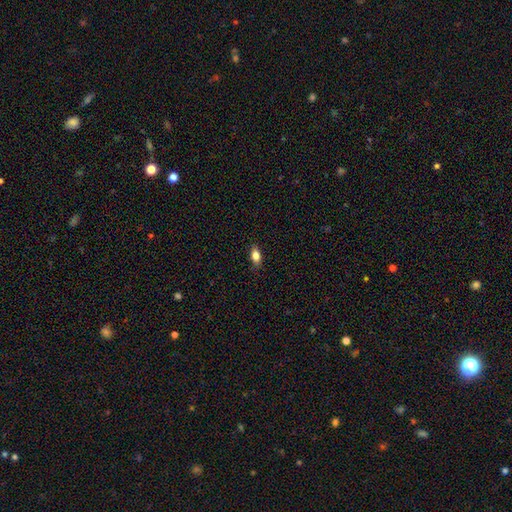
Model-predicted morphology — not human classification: Smooth or featured?
  - smooth: 80% *
  - featured or disk: 11%
  - star or artifact: 9%
How rounded?
  - in between: 82% *
  - cigar-shaped: 9%
  - round: 8%
Merging?
  - none: 85% *
  - minor disturbance: 12%
  - major disturbance: 2%
  - merger: 1%